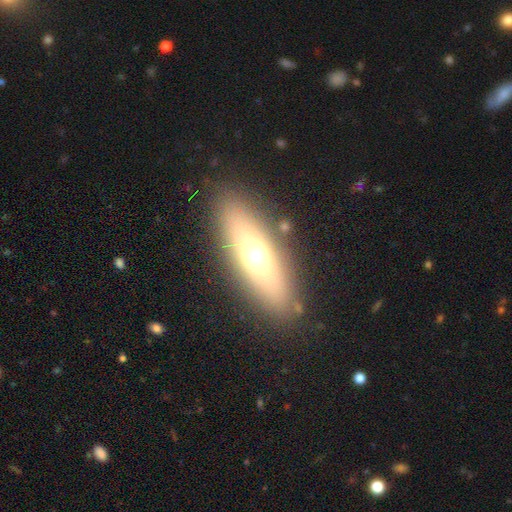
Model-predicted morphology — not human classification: smooth-or-featured: smooth: 55% | featured or disk: 34% | star or artifact: 11%
  how-rounded: in between: 51% | cigar-shaped: 45% | round: 5%
  merging: none: 85% | minor disturbance: 9% | major disturbance: 4% | merger: 2%